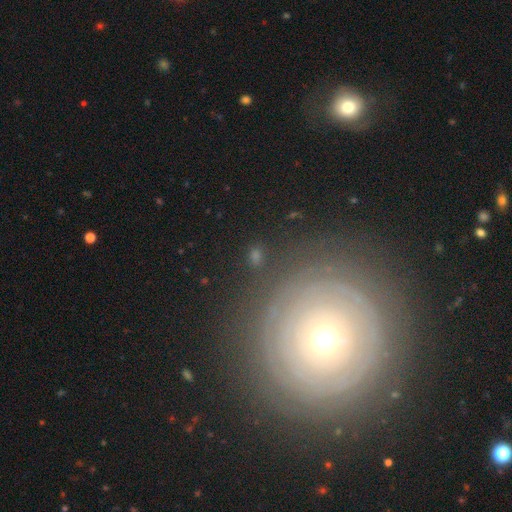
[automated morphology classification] Overall: smooth (38%; featured or disk 34%). Merging: none (78%).